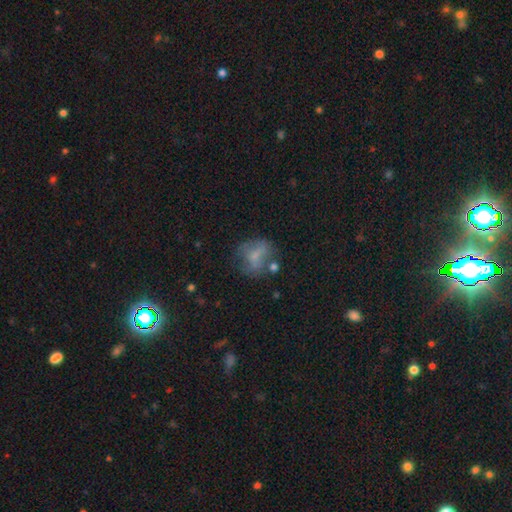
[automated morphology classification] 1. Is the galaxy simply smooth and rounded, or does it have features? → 54% smooth, 34% featured or disk, 12% star or artifact.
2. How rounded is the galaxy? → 58% round, 41% in between, 2% cigar-shaped.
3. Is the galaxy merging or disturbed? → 45% none, 23% minor disturbance, 20% major disturbance, 11% merger.